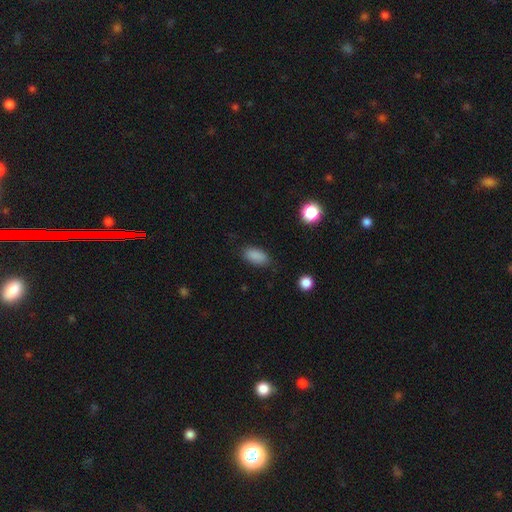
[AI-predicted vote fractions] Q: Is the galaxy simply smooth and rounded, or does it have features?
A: smooth — 88%.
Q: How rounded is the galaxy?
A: in between — 90%.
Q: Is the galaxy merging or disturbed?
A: none — 83%.